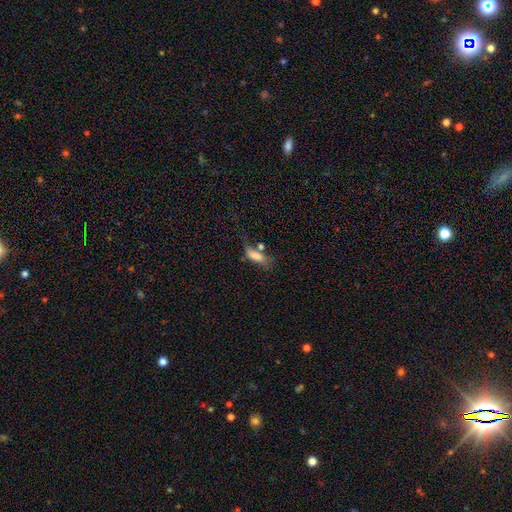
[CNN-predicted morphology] Overall: smooth (72%). How rounded: in between (70%). Merging: none (37%; minor disturbance 23%).